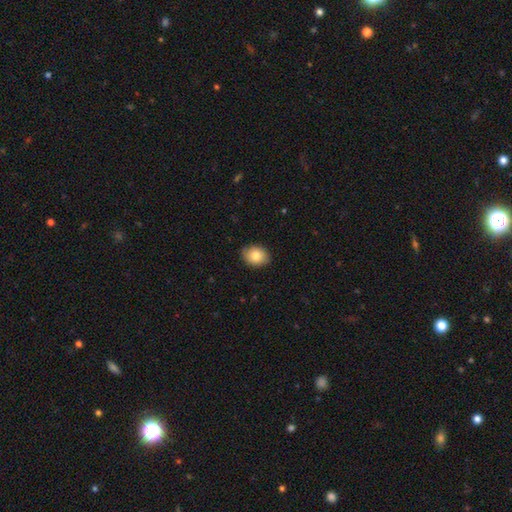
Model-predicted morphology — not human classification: Smooth or featured? smooth (81%)
How rounded? in between (63%)
Merging? none (87%)